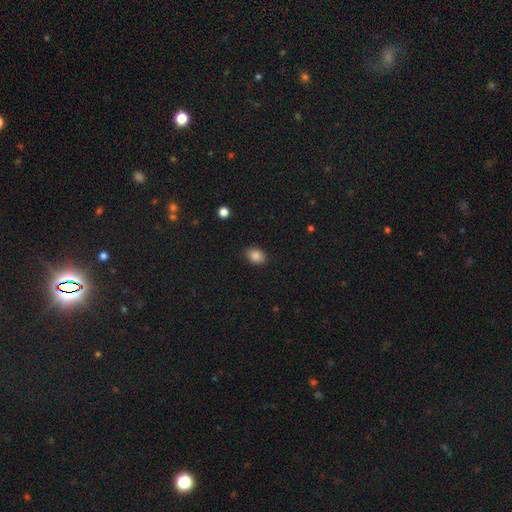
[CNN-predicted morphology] A smooth galaxy with no disk features (86%) that is in between round and cigar-shaped (67%).

Vote fractions:
- Smooth or featured? smooth: 86% / star or artifact: 9% / featured or disk: 5%
- How rounded? in between: 67% / round: 32% / cigar-shaped: 1%
- Merging? none: 87% / minor disturbance: 10% / major disturbance: 2% / merger: 1%